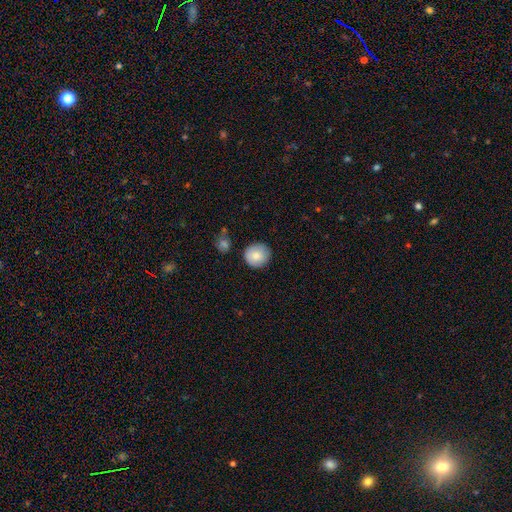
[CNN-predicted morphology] Q: Smooth or featured?
A: smooth (82%); runner-up: featured or disk (10%)
Q: How rounded?
A: round (91%); runner-up: in between (8%)
Q: Merging?
A: none (83%); runner-up: minor disturbance (12%)